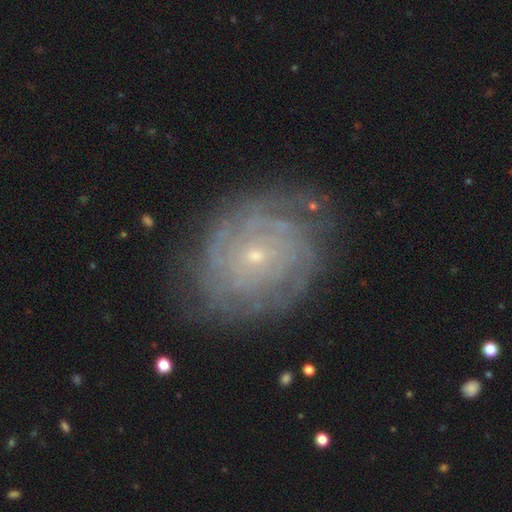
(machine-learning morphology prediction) type=featured or disk (80%); edge-on=no (97%); bar=no (81%); spiral arms=yes (92%); winding=tight (81%); arm count=can't tell (42%); bulge=small (85%); merging=none (78%).